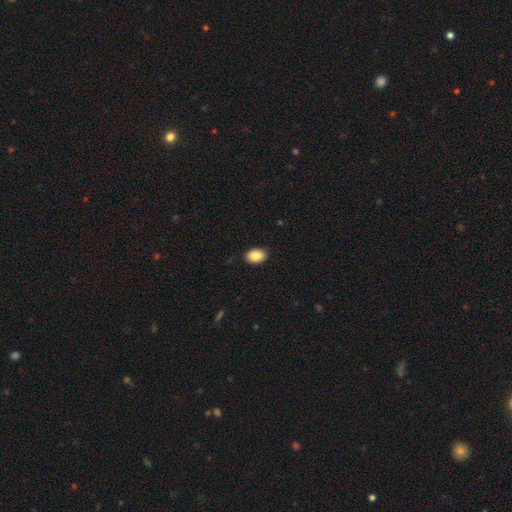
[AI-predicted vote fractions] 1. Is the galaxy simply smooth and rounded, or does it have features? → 89% smooth, 7% star or artifact, 4% featured or disk.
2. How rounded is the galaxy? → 83% in between, 16% round, 1% cigar-shaped.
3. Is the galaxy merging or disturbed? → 89% none, 8% minor disturbance, 2% major disturbance, 1% merger.